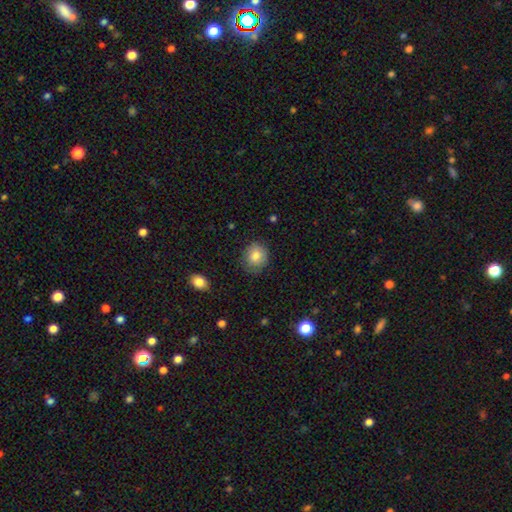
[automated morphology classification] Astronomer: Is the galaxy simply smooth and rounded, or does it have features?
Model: smooth — 81%.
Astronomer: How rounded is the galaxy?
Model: round — 71%.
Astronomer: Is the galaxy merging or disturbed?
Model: none — 78%.